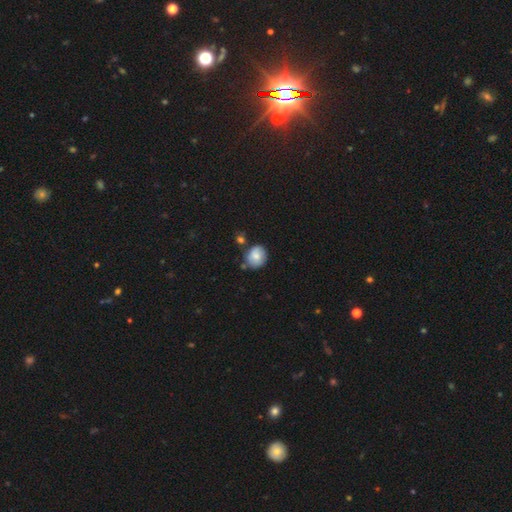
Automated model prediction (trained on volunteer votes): smooth-or-featured: smooth: 75% | featured or disk: 17% | star or artifact: 8%
  how-rounded: round: 68% | in between: 31% | cigar-shaped: 1%
  merging: none: 66% | minor disturbance: 20% | merger: 9% | major disturbance: 4%